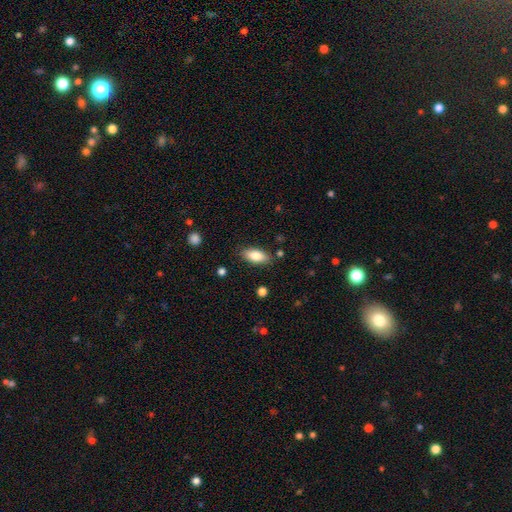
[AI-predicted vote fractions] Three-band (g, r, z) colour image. It shows a smooth galaxy with no disk features (84%) that is in between round and cigar-shaped (86%). Merging: none (84%).